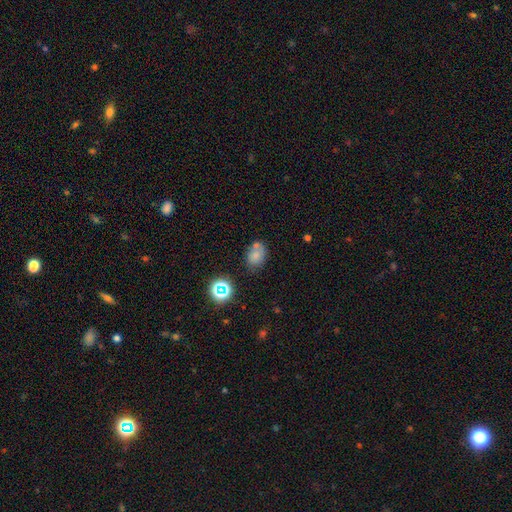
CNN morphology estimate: type=smooth (71%); roundness=in between (68%); merging=none (56%).